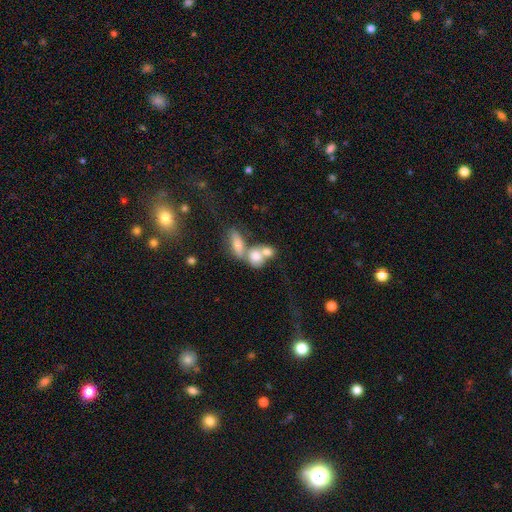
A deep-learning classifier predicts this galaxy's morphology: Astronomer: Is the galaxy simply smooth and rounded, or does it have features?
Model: smooth — 73%.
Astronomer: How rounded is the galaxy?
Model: in between — 51% (runner-up: round, 44%).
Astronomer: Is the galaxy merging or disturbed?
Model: merger — 63%.